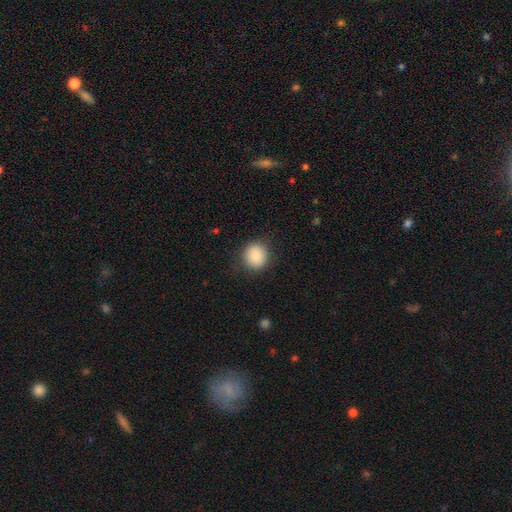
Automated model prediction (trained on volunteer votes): Overall: smooth (85%). How rounded: round (88%). Merging: none (86%).